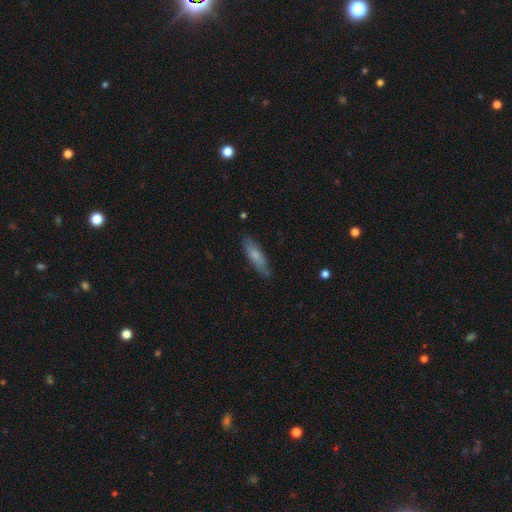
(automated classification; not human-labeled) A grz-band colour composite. It shows a smooth galaxy with no disk features (69%) that is cigar-shaped (65%). Merging: none (77%).